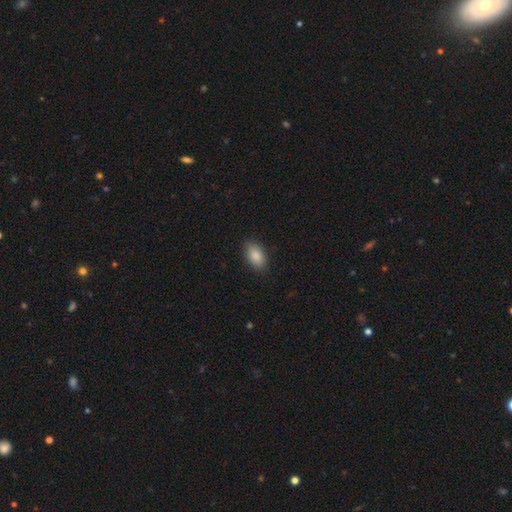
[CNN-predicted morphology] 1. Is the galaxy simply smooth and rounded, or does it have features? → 88% smooth, 7% star or artifact, 5% featured or disk.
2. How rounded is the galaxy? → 92% in between, 5% round, 3% cigar-shaped.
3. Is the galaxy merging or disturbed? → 86% none, 10% minor disturbance, 2% major disturbance, 1% merger.